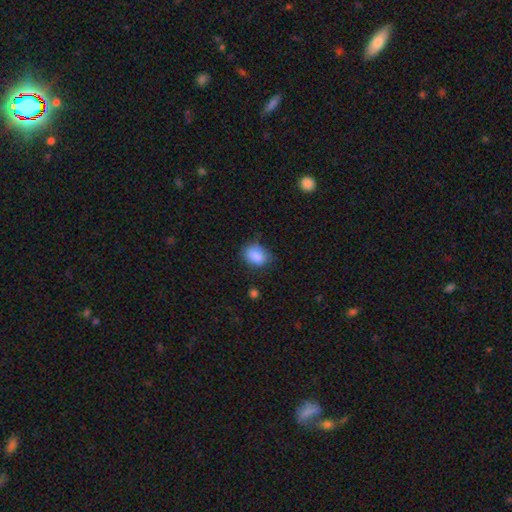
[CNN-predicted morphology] smooth_or_featured: smooth (p=0.85) [alt: star or artifact p=0.08]
how_rounded: in between (p=0.77) [alt: round p=0.22]
merging: none (p=0.66) [alt: minor disturbance p=0.26]